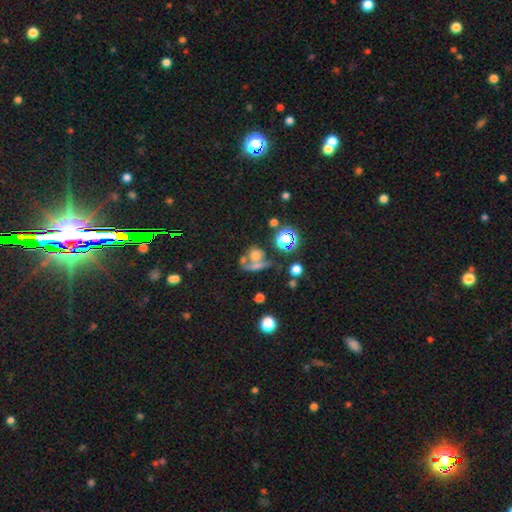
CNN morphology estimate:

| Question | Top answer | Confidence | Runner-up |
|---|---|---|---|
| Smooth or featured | smooth | 54% | star or artifact (26%) |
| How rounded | round | 64% | in between (30%) |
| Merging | merger | 42% | none (34%) |